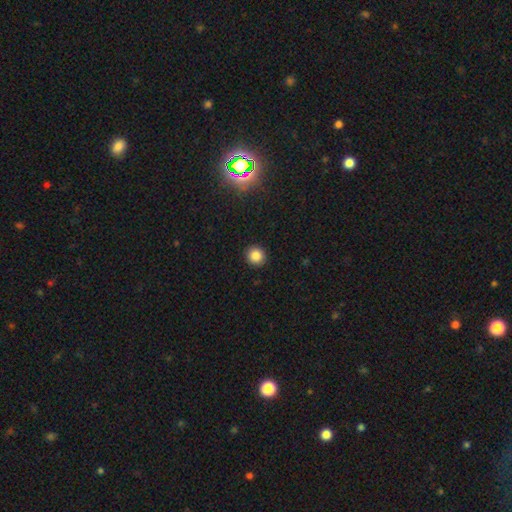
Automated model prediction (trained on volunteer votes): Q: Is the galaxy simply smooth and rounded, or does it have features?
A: smooth — 85%.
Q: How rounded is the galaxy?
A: round — 93%.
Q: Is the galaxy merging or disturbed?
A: none — 93%.